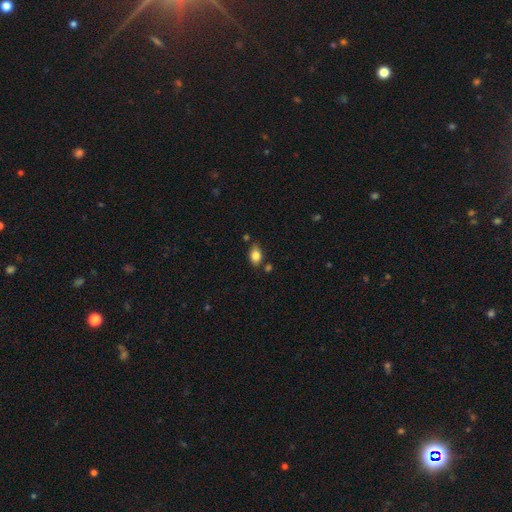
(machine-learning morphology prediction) A smooth galaxy with no disk features (82%) that is in between round and cigar-shaped (84%). Merging: none (73%).